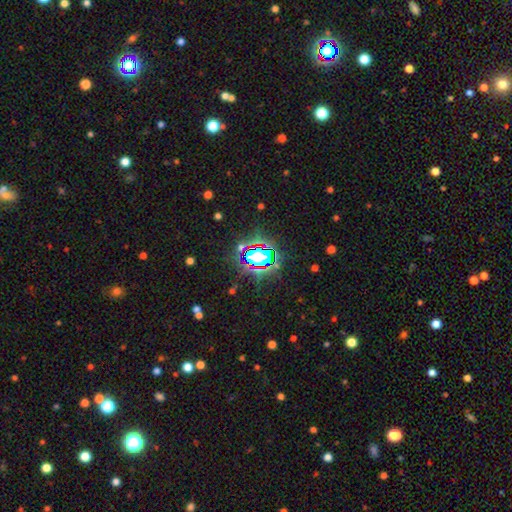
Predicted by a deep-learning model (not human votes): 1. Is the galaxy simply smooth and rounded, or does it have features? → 80% star or artifact, 12% smooth, 8% featured or disk.